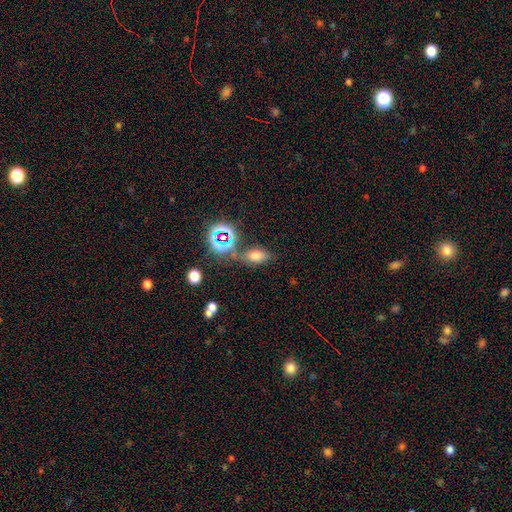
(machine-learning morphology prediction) smooth 61%, star or artifact 29%, featured or disk 10%. Down the decision tree: how rounded — in between (80%); merging — none (70%).